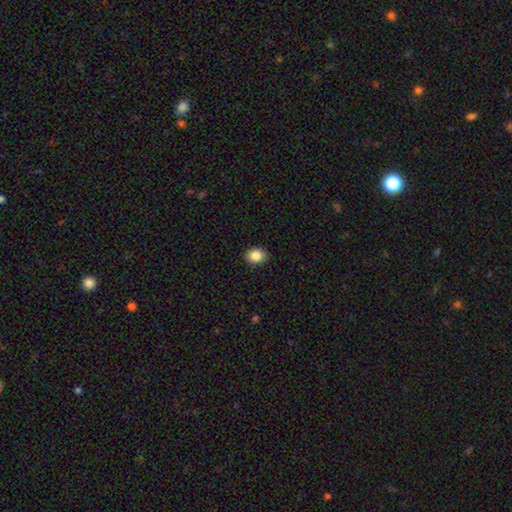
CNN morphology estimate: type=smooth (85%); roundness=round (57%); merging=none (89%).